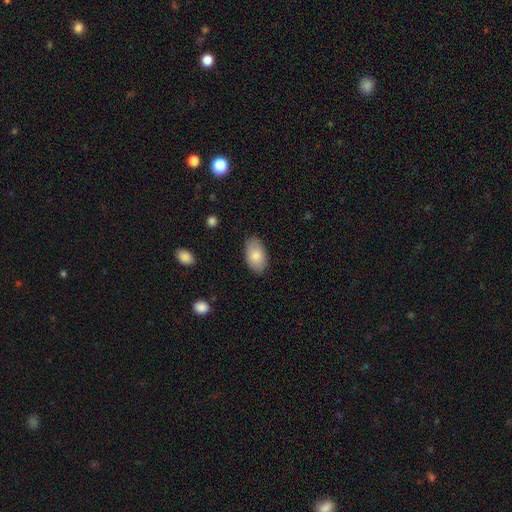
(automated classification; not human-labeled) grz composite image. It shows a smooth galaxy with no disk features (81%) that is in between round and cigar-shaped (94%). Merging: none (84%).